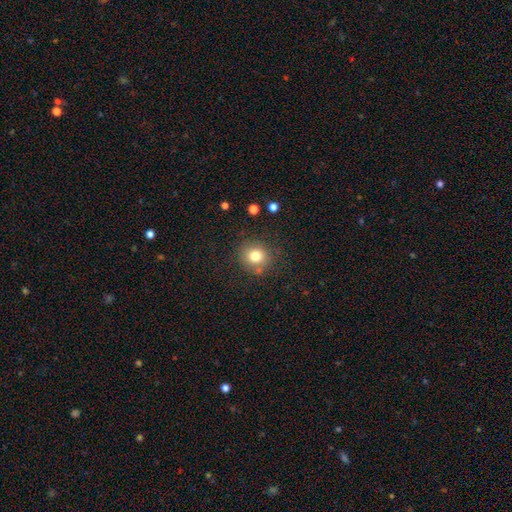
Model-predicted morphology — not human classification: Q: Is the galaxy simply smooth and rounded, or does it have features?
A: smooth — 78%.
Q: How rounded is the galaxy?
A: round — 88%.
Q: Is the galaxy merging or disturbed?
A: none — 81%.